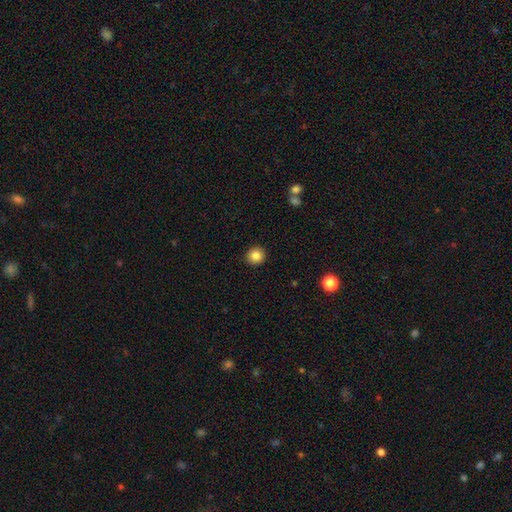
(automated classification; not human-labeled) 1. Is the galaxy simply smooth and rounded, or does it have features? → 85% smooth, 10% star or artifact, 5% featured or disk.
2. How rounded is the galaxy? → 92% round, 7% in between, 1% cigar-shaped.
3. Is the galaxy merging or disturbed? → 92% none, 5% minor disturbance, 2% major disturbance, 1% merger.